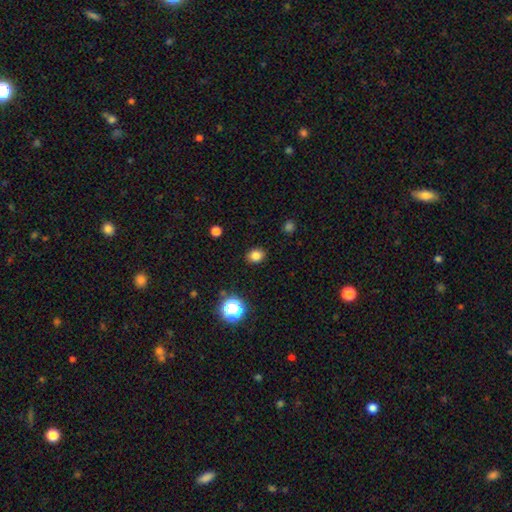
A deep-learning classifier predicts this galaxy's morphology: Smooth or featured?
  - smooth: 82% *
  - star or artifact: 13%
  - featured or disk: 5%
How rounded?
  - round: 51% *
  - in between: 48%
  - cigar-shaped: 1%
Merging?
  - none: 88% *
  - minor disturbance: 8%
  - major disturbance: 2%
  - merger: 1%